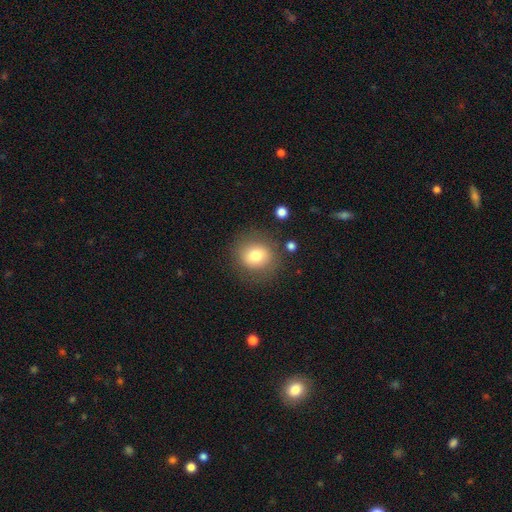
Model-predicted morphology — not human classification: Overall: smooth (77%). How rounded: round (82%). Merging: none (81%).